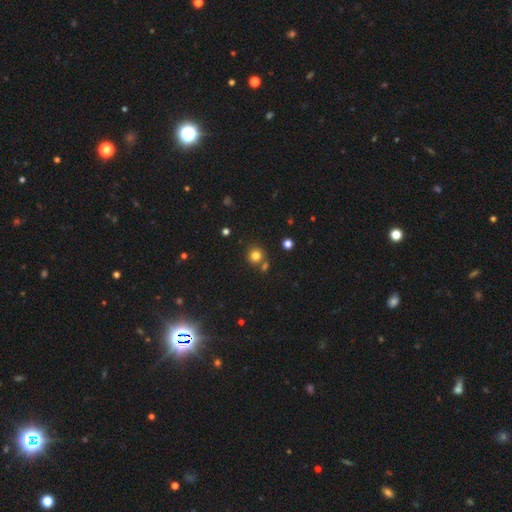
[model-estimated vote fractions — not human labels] smooth-or-featured: smooth: 79% | star or artifact: 15% | featured or disk: 6%
  how-rounded: round: 91% | in between: 8% | cigar-shaped: 1%
  merging: none: 74% | merger: 16% | minor disturbance: 8% | major disturbance: 3%